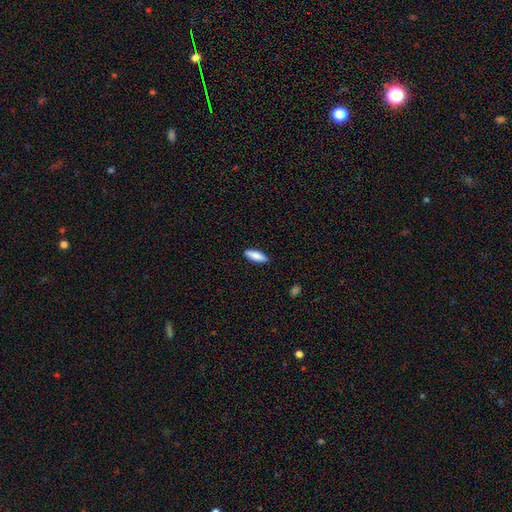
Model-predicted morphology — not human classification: smooth-or-featured: smooth: 84% | featured or disk: 10% | star or artifact: 6%
  how-rounded: in between: 60% | cigar-shaped: 39% | round: 2%
  merging: none: 89% | minor disturbance: 8% | major disturbance: 2% | merger: 1%